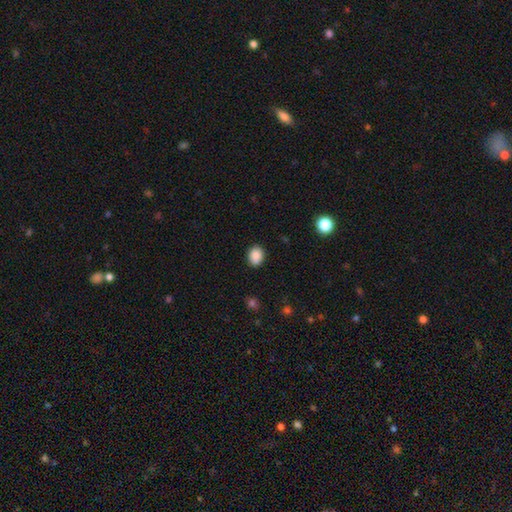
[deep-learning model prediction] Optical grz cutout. It shows a smooth galaxy with no disk features (87%) that is in between round and cigar-shaped (55%). Merging: none (83%).